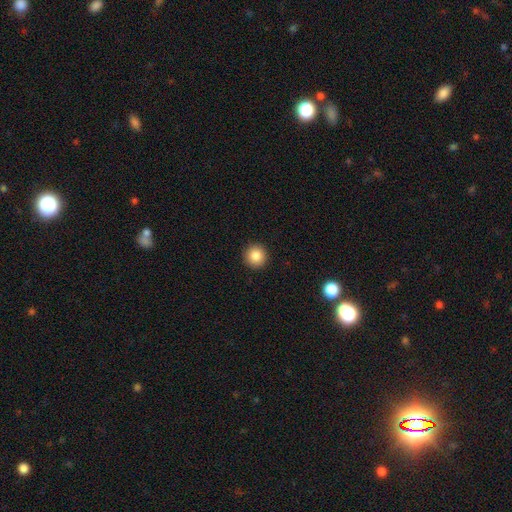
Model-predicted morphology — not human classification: smooth_or_featured: smooth (p=0.85) [alt: star or artifact p=0.10]
how_rounded: round (p=0.95) [alt: in between p=0.04]
merging: none (p=0.93) [alt: minor disturbance p=0.05]